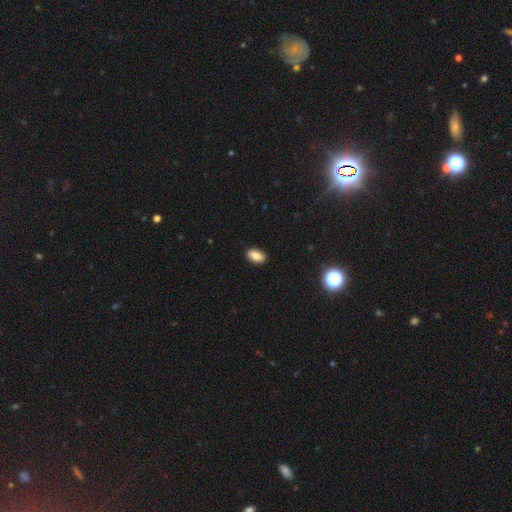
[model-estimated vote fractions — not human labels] This is likely a smooth galaxy (79%). How rounded: clearly in between (91%). Merging: clearly none (89%).